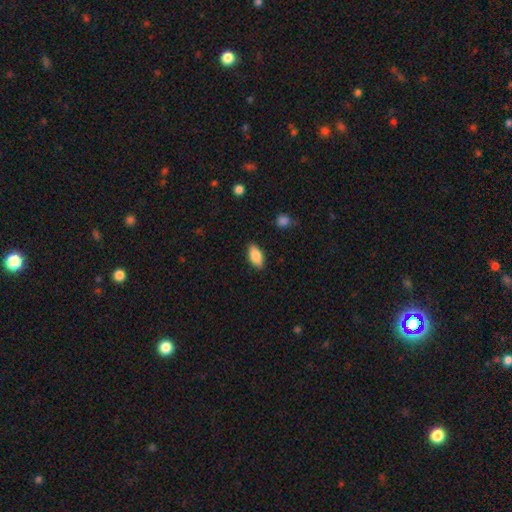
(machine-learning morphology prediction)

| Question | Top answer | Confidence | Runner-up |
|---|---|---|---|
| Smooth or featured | smooth | 84% | featured or disk (9%) |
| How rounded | in between | 89% | cigar-shaped (7%) |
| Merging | none | 86% | minor disturbance (11%) |